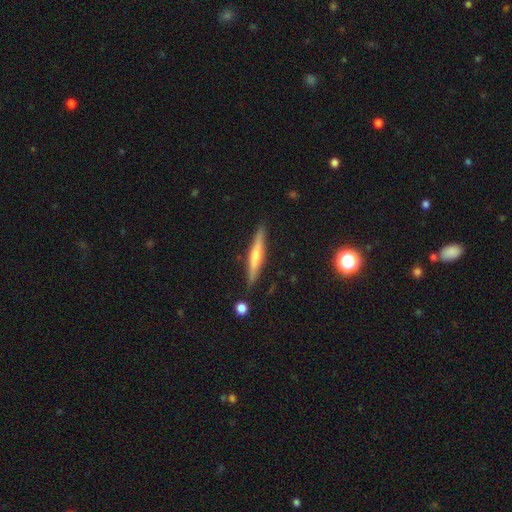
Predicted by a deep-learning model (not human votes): A featured or disk galaxy (61%) viewed edge-on (97%) with a rounded central bulge (74%). Merging: none (89%).